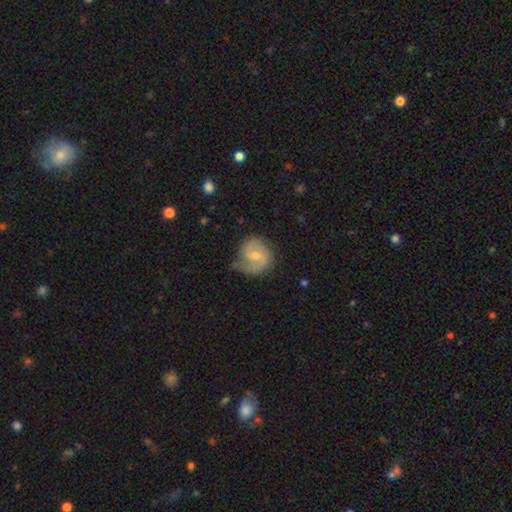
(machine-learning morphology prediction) The model was most divided on "bar" (2-way tie): weak: 46%, no: 46%, strong: 8%. Remaining: edge-on disk — no (98%); spiral arms — yes (91%); spiral arm count — 2 (70%); smooth or featured — featured or disk (68%); merging — none (62%); bulge size — moderate (53%); spiral winding — medium (45%).